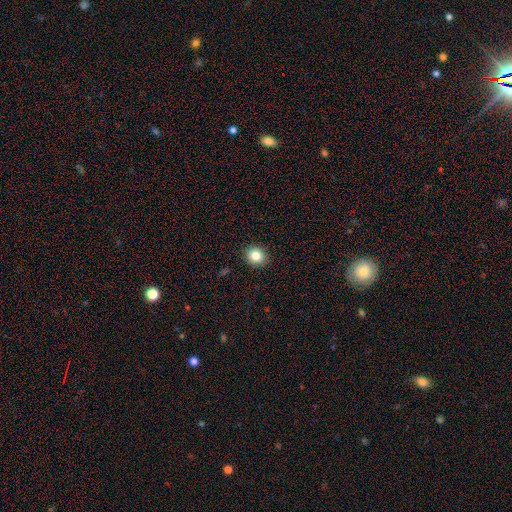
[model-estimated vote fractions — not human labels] A smooth galaxy with no disk features (83%) that is round (82%).

Vote fractions:
- Smooth or featured? smooth: 83% / star or artifact: 11% / featured or disk: 6%
- How rounded? round: 82% / in between: 17% / cigar-shaped: 1%
- Merging? none: 91% / minor disturbance: 6% / major disturbance: 2% / merger: 1%